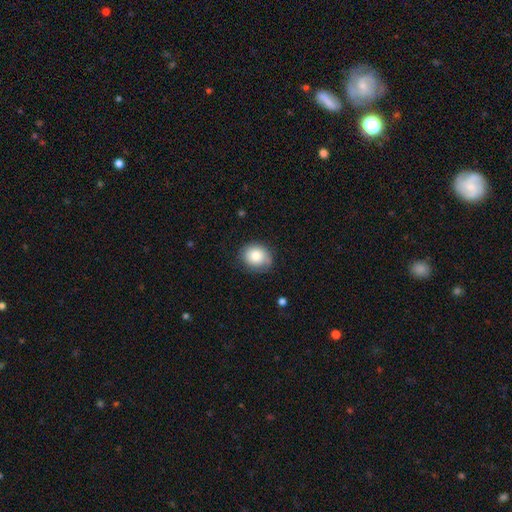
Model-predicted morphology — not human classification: Smooth or featured: smooth — 81% (featured or disk — 11%)
How rounded: round — 62% (in between — 37%)
Merging: none — 75% (minor disturbance — 19%)